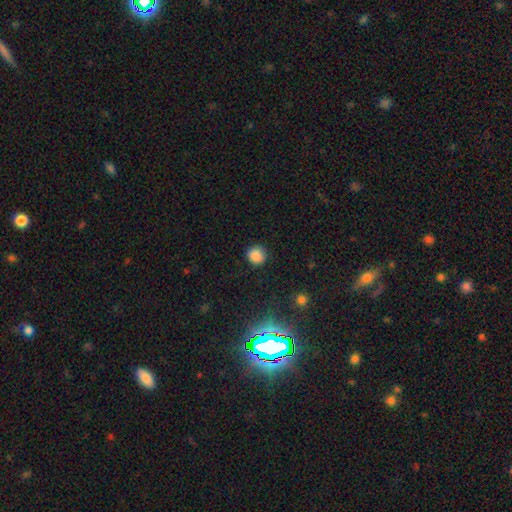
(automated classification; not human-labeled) Smooth or featured? smooth (84%)
How rounded? round (92%)
Merging? none (88%)